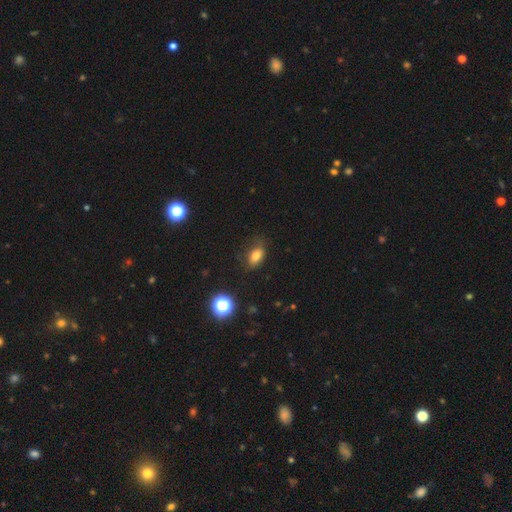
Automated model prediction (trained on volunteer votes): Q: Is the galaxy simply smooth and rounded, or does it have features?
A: smooth — 79%.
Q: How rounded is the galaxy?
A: in between — 84%.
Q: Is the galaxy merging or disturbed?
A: none — 75%.